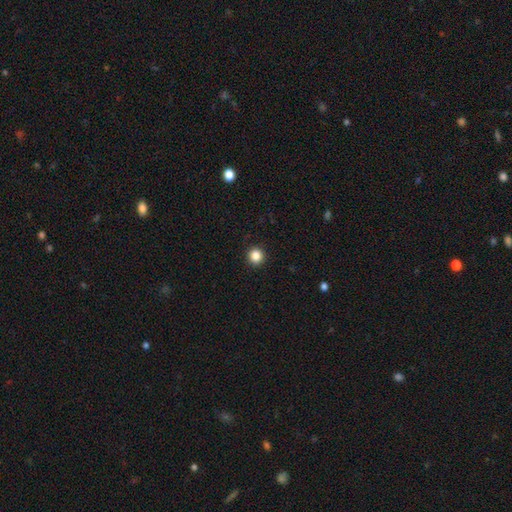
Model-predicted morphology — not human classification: smooth_or_featured: smooth (p=0.85) [alt: star or artifact p=0.11]
how_rounded: round (p=0.95) [alt: in between p=0.04]
merging: none (p=0.93) [alt: minor disturbance p=0.04]